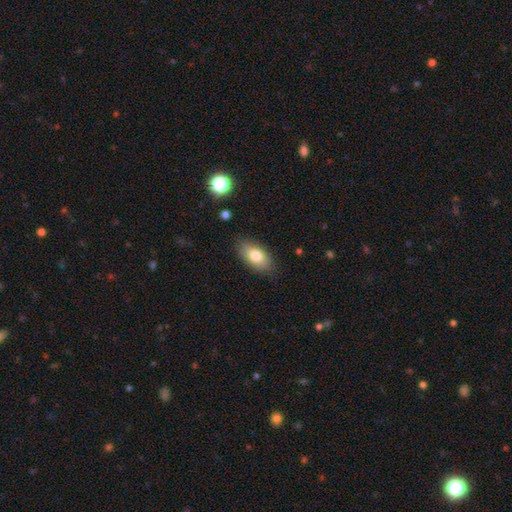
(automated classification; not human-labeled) Smooth or featured? Predicted: smooth (p=0.78). How rounded? Predicted: in between (p=0.90). Merging? Predicted: none (p=0.83).